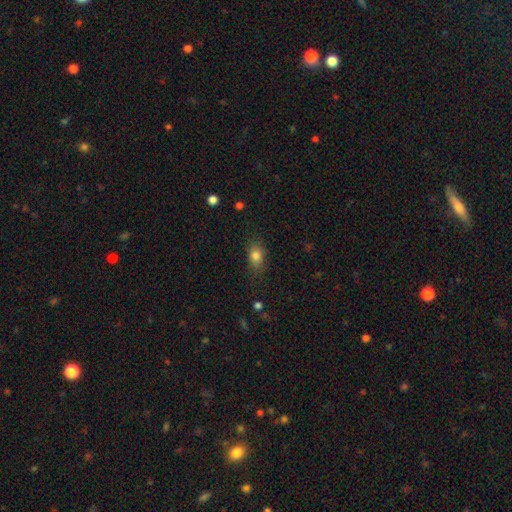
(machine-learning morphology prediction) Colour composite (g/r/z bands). It shows a smooth galaxy with no disk features (81%) that is in between round and cigar-shaped (73%). Merging: none (78%).